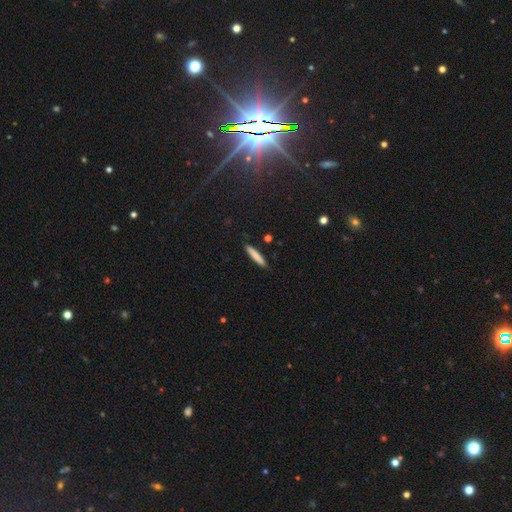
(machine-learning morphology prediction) Smooth or featured? Predicted: smooth (p=0.80). How rounded? Predicted: cigar-shaped (p=0.93). Merging? Predicted: none (p=0.88).